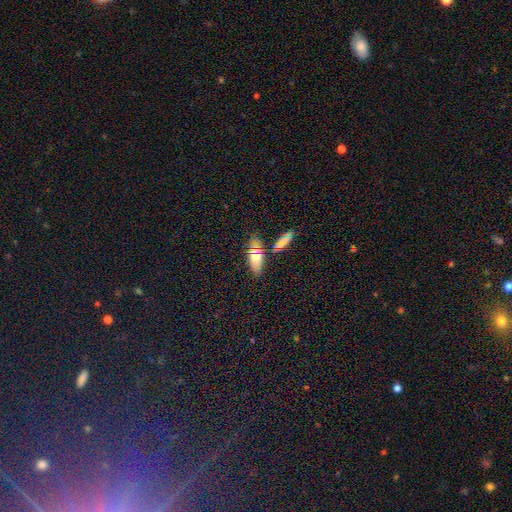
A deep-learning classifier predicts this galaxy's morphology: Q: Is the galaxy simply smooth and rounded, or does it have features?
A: smooth — 68%.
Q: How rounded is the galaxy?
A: in between — 82%.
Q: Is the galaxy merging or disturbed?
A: none — 82%.